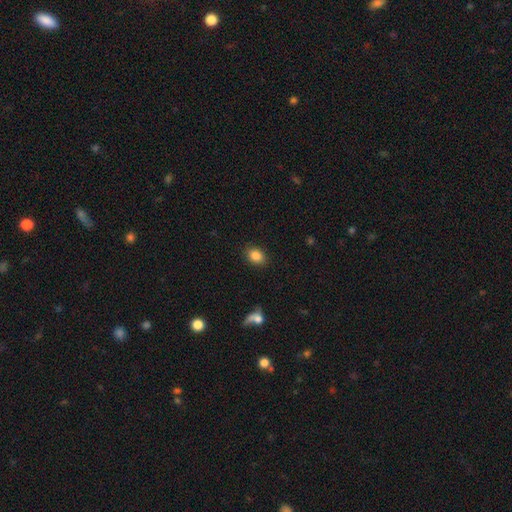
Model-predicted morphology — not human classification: Smooth or featured? smooth (85%)
How rounded? in between (65%)
Merging? none (87%)